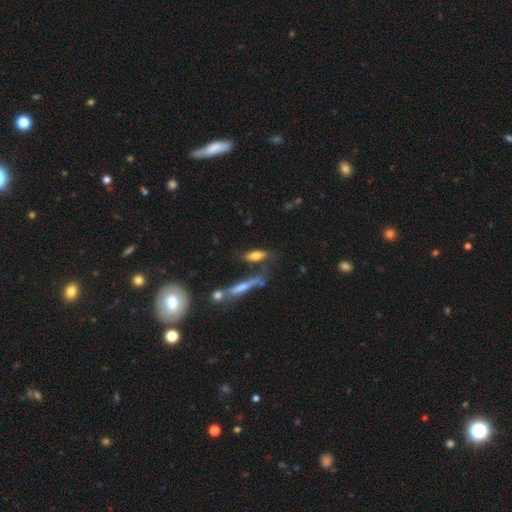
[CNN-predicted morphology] Smooth or featured? Predicted: smooth (p=0.67). How rounded? Predicted: in between (p=0.56). Merging? Predicted: none (p=0.62).